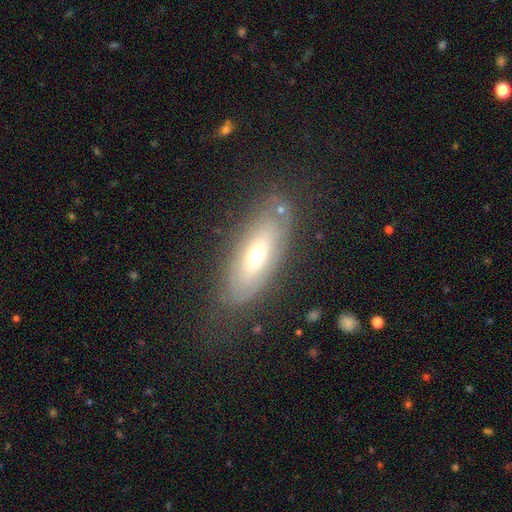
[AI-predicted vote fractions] featured or disk 49%, smooth 42%, star or artifact 9%. Down the decision tree: merging — none (76%).